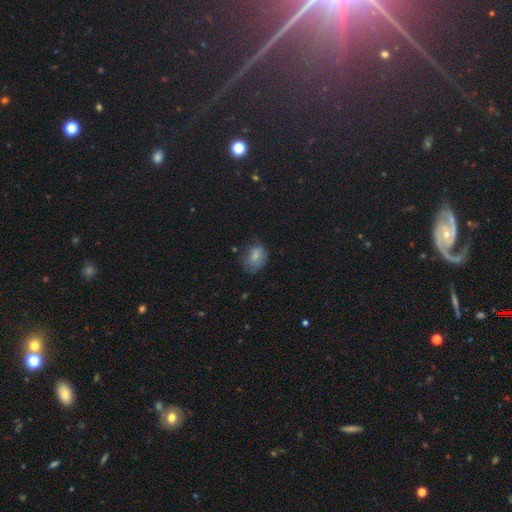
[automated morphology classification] The model was most divided on "merging": none: 51%, minor disturbance: 31%, major disturbance: 15%, merger: 2%. More confident: smooth or featured — smooth (74%); how rounded — in between (62%).